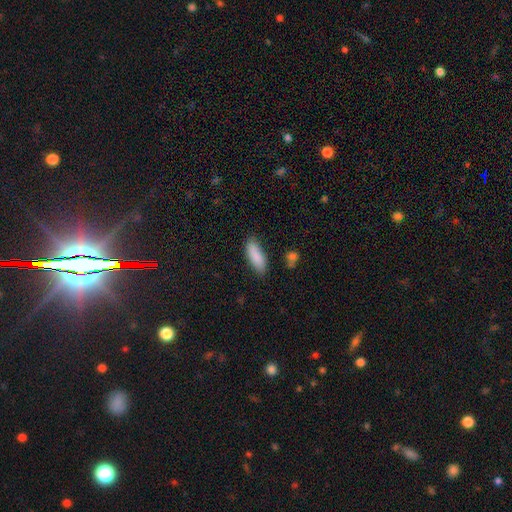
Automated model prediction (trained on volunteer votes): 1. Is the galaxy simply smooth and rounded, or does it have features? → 87% smooth, 7% featured or disk, 6% star or artifact.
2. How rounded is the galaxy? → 65% in between, 33% cigar-shaped, 2% round.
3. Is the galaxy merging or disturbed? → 79% none, 15% minor disturbance, 3% major disturbance, 3% merger.